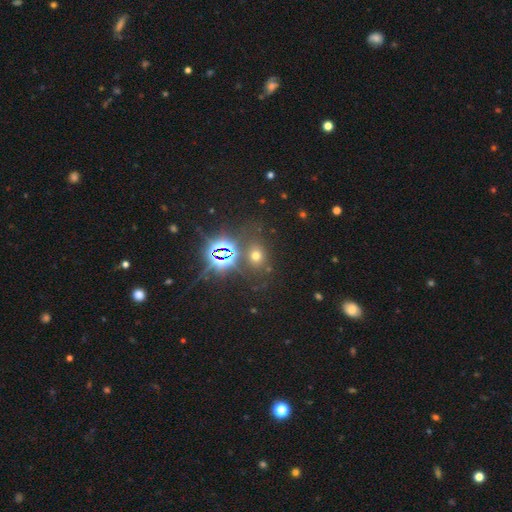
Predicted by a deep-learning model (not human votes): A smooth galaxy with no disk features (49%).

Vote fractions:
- Smooth or featured? smooth: 49% / star or artifact: 41% / featured or disk: 10%
- Merging? none: 77% / minor disturbance: 10% / merger: 8% / major disturbance: 5%